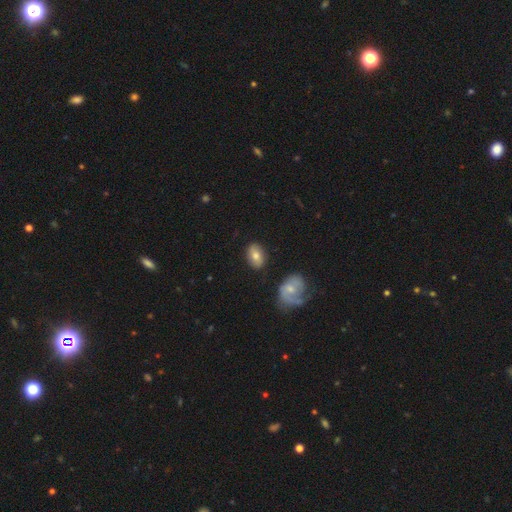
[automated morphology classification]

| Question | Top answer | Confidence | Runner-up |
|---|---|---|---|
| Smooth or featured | smooth | 71% | featured or disk (22%) |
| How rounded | in between | 85% | round (14%) |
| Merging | none | 82% | minor disturbance (11%) |